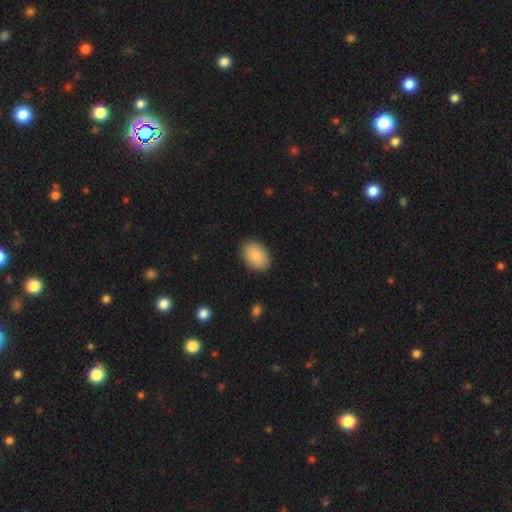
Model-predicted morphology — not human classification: The model was most divided on "merging": none: 87%, minor disturbance: 9%, major disturbance: 2%, merger: 1%. More confident: how rounded — in between (89%); smooth or featured — smooth (87%).